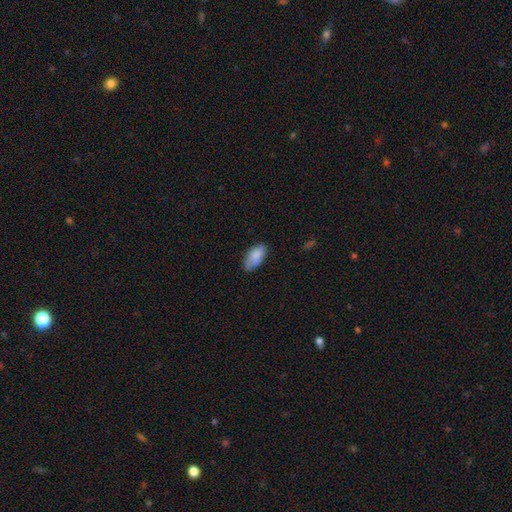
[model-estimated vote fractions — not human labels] Smooth or featured?
  - smooth: 84% *
  - featured or disk: 9%
  - star or artifact: 7%
How rounded?
  - in between: 93% *
  - cigar-shaped: 4%
  - round: 3%
Merging?
  - none: 65% *
  - minor disturbance: 28%
  - major disturbance: 5%
  - merger: 1%